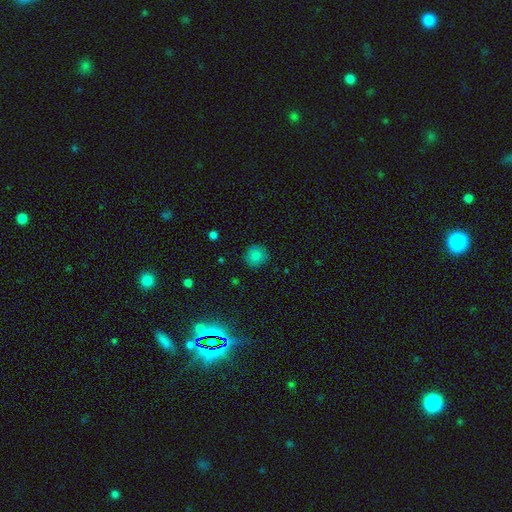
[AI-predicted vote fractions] Smooth or featured? smooth (83%)
How rounded? round (91%)
Merging? none (87%)